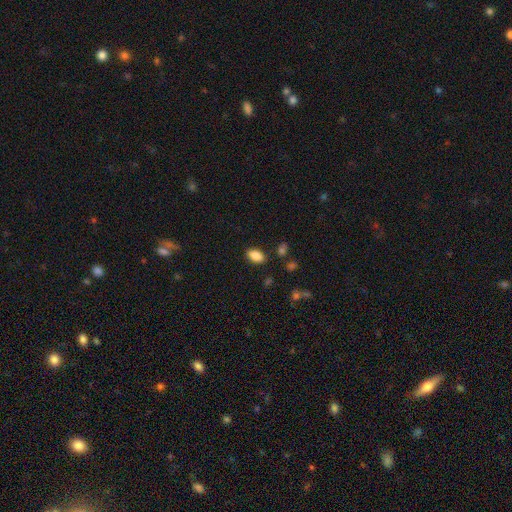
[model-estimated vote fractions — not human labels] smooth 85%, star or artifact 9%, featured or disk 6%. Down the decision tree: how rounded — in between (90%); merging — none (85%).